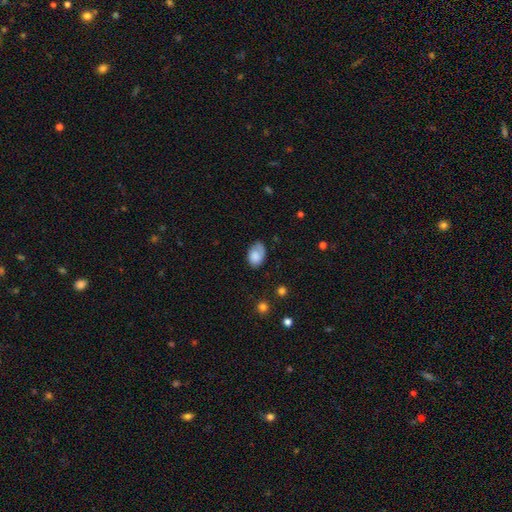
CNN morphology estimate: This appears to be a smooth galaxy with no disk features (78%) that is in between round and cigar-shaped (85%). Merging: none (57%).